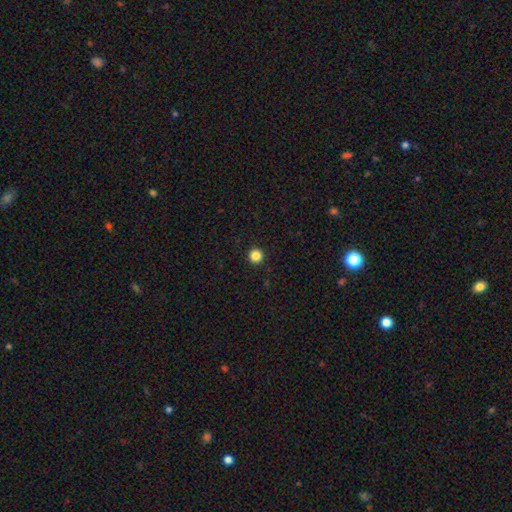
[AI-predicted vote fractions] Smooth or featured?
  - smooth: 86% *
  - star or artifact: 11%
  - featured or disk: 3%
How rounded?
  - round: 96% *
  - in between: 3%
  - cigar-shaped: 1%
Merging?
  - none: 94% *
  - minor disturbance: 4%
  - major disturbance: 1%
  - merger: 1%